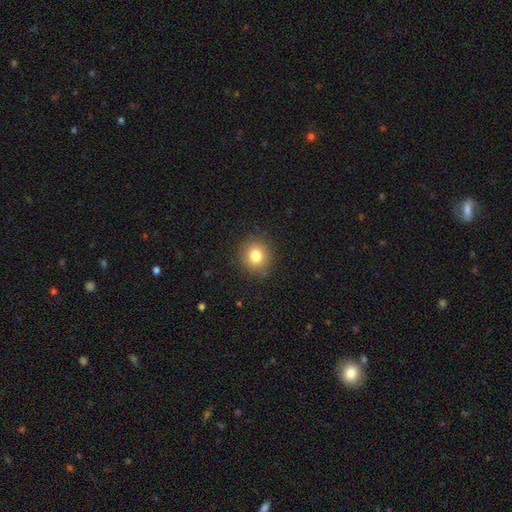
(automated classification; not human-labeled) This is clearly a smooth galaxy (80%). How rounded: clearly round (87%). Merging: clearly none (88%).